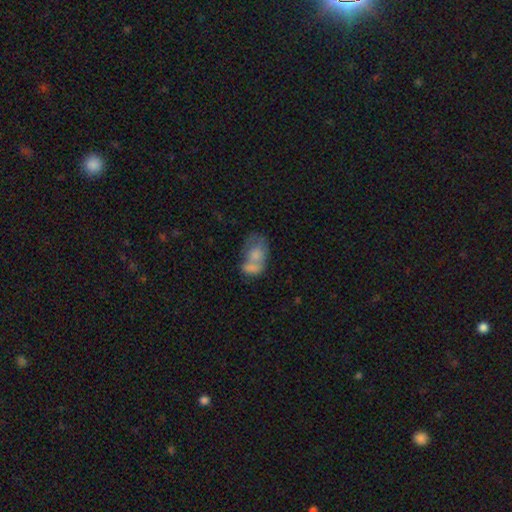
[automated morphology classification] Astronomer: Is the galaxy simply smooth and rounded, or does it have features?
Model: smooth — 68%.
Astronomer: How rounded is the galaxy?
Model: in between — 79%.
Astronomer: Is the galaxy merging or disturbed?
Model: merger — 61%.